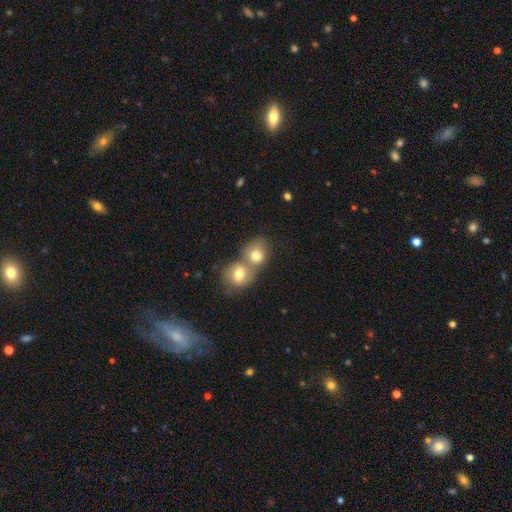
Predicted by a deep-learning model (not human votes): smooth 74%, featured or disk 16%, star or artifact 9%. Down the decision tree: how rounded — round (67%); merging — merger (64%).